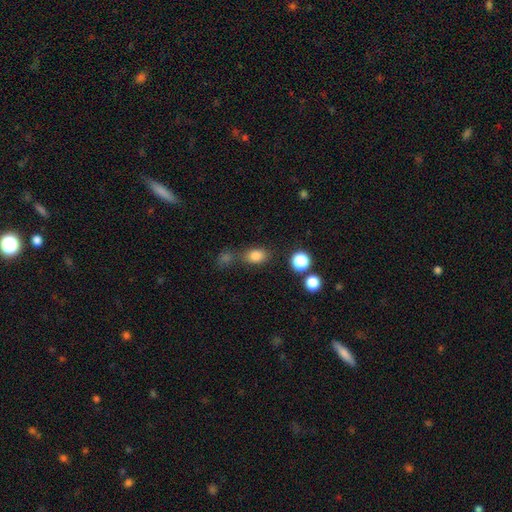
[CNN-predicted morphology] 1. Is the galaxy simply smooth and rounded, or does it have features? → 82% smooth, 12% star or artifact, 6% featured or disk.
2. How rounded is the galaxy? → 71% in between, 28% round, 2% cigar-shaped.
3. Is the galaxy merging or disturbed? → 63% none, 17% merger, 14% minor disturbance, 6% major disturbance.